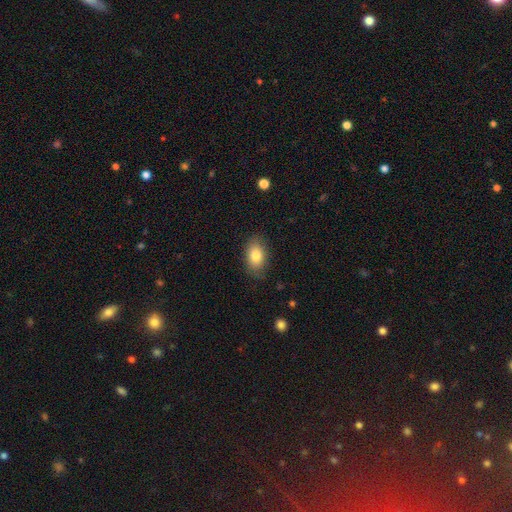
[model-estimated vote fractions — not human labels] Q: Smooth or featured?
A: smooth (81%); runner-up: featured or disk (11%)
Q: How rounded?
A: in between (88%); runner-up: round (11%)
Q: Merging?
A: none (83%); runner-up: minor disturbance (13%)